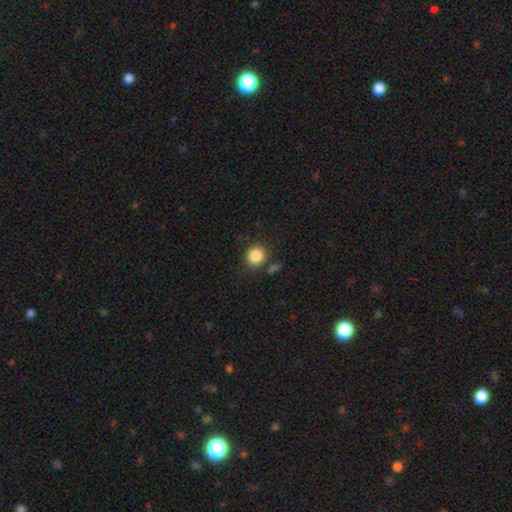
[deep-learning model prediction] Overall: smooth (86%). How rounded: round (83%). Merging: none (78%).